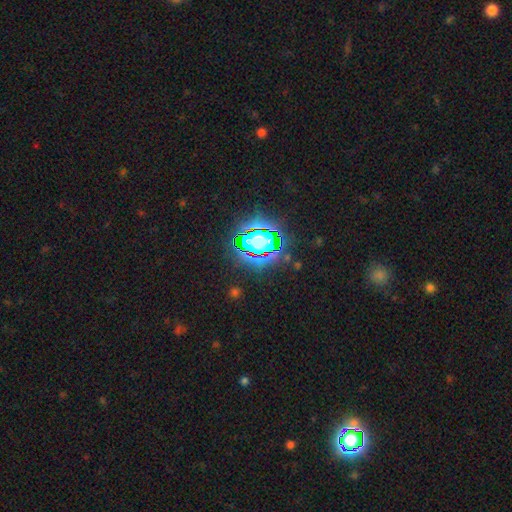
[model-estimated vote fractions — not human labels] This appears to be a star or artifact, not a galaxy (82%).